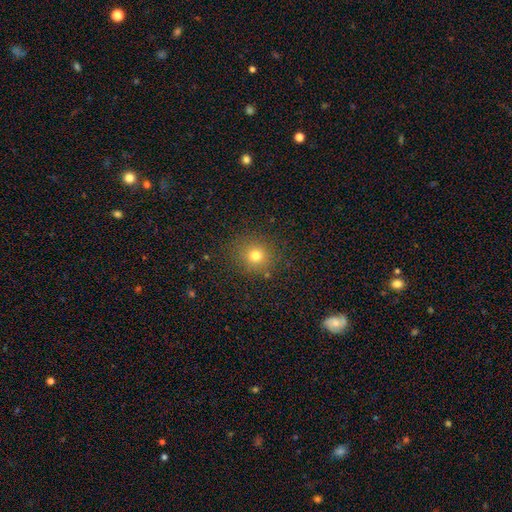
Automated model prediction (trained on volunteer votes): This appears to be a smooth galaxy with no disk features (75%) that is round (85%). Merging: none (86%).